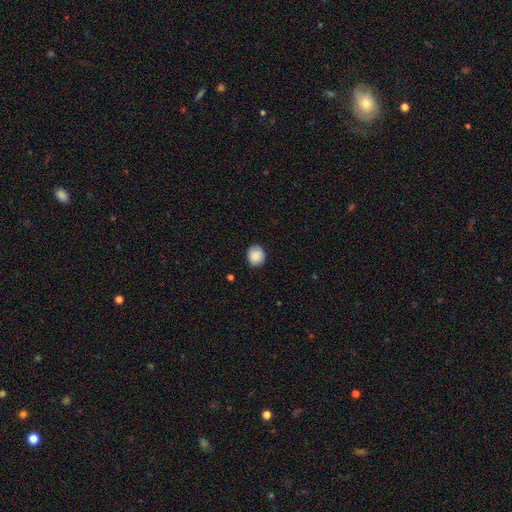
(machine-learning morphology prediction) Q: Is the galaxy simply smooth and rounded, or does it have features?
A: smooth — 87%.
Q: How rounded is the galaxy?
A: round — 74%.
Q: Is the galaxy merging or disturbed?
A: none — 84%.